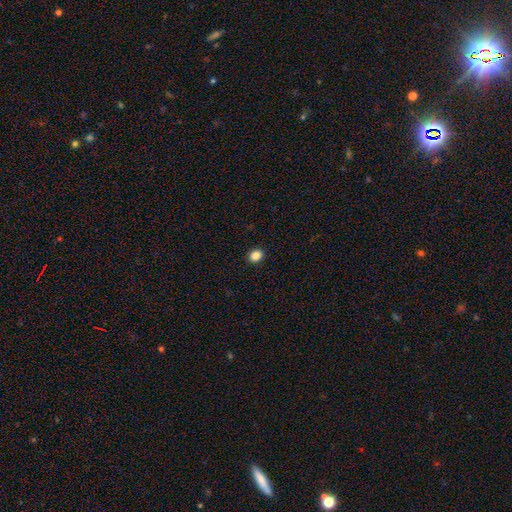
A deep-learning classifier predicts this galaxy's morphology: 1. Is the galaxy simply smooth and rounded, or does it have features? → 85% smooth, 11% star or artifact, 4% featured or disk.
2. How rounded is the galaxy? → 66% round, 33% in between, 1% cigar-shaped.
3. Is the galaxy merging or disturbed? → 92% none, 5% minor disturbance, 2% major disturbance, 1% merger.